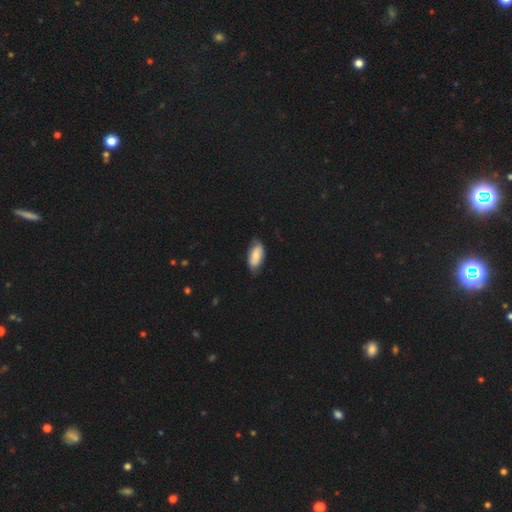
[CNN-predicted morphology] Smooth or featured: smooth — 78% (featured or disk — 16%)
How rounded: in between — 91% (cigar-shaped — 7%)
Merging: none — 73% (minor disturbance — 22%)